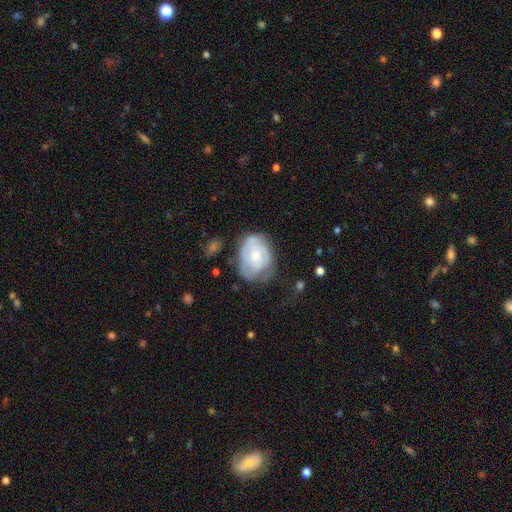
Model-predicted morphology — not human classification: featured or disk 62%, smooth 32%, star or artifact 6%. Down the decision tree: edge-on disk — no (97%); bar — no (75%); spiral arms — yes (71%); bulge size — moderate (49%); merging — none (52%).